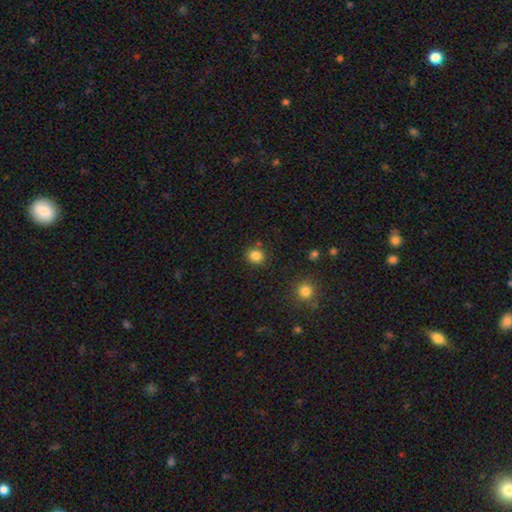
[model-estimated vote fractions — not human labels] Overall: smooth (84%). How rounded: round (82%). Merging: none (84%).